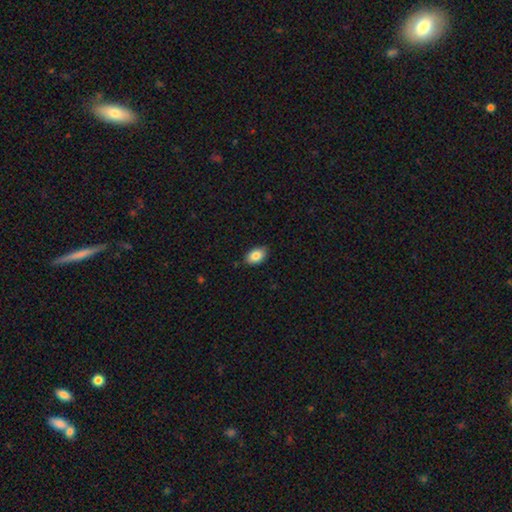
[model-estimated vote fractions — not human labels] smooth-or-featured: smooth: 85% | star or artifact: 7% | featured or disk: 7%
  how-rounded: in between: 89% | round: 9% | cigar-shaped: 1%
  merging: none: 85% | minor disturbance: 12% | major disturbance: 2% | merger: 1%